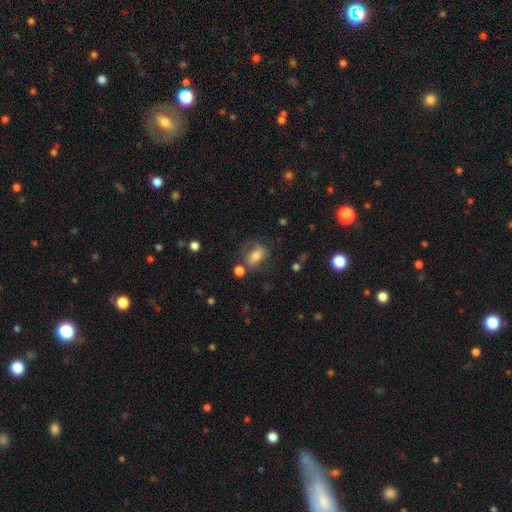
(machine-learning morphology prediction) This is possibly a smooth galaxy (59%). How rounded: likely in between (76%). Merging: possibly none (55%).